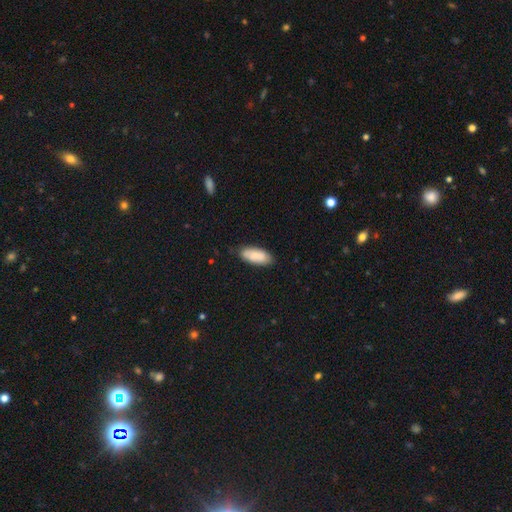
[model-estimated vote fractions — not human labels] Smooth or featured? Predicted: smooth (p=0.84). How rounded? Predicted: in between (p=0.86). Merging? Predicted: none (p=0.79).